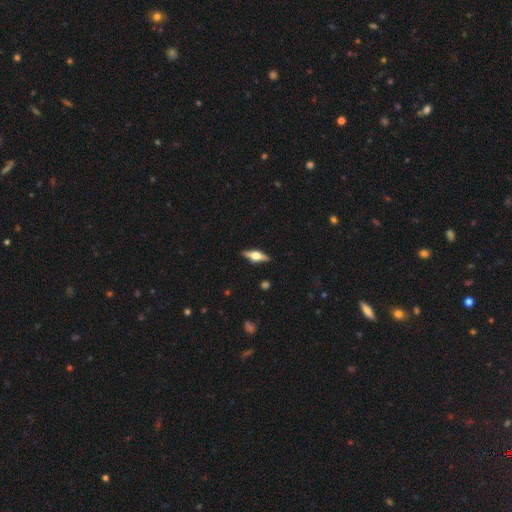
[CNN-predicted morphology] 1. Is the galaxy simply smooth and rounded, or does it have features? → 67% featured or disk, 27% smooth, 6% star or artifact.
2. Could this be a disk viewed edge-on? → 96% yes, 4% no.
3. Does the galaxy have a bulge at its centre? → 94% rounded, 5% boxy, 1% none.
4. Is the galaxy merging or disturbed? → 89% none, 8% minor disturbance, 2% major disturbance, 1% merger.